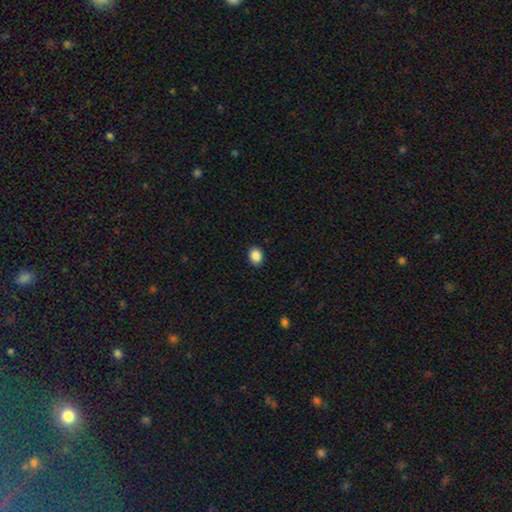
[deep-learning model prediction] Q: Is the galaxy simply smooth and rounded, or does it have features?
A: smooth — 88%.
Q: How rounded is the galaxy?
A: round — 54%.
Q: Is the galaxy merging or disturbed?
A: none — 90%.